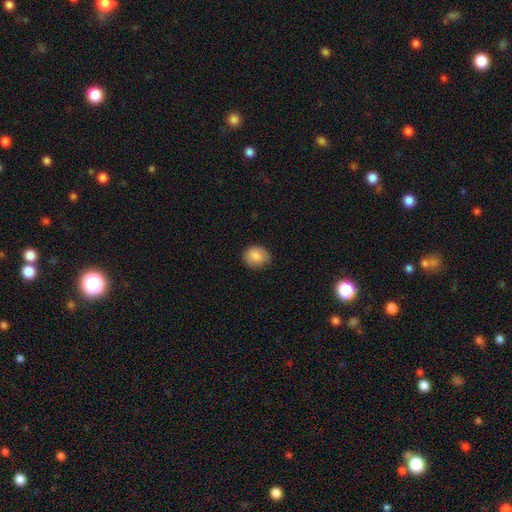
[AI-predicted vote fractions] A smooth galaxy with no disk features (85%) that is round (60%). Merging: none (78%).